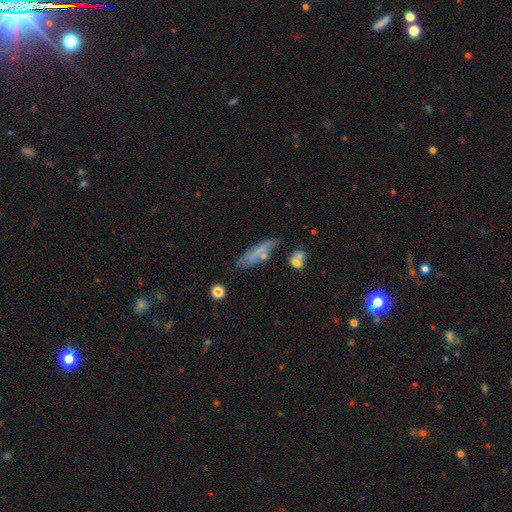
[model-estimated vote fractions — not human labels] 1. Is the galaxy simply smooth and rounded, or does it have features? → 58% smooth, 31% featured or disk, 11% star or artifact.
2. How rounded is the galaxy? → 77% cigar-shaped, 20% in between, 3% round.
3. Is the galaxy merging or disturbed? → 71% none, 17% minor disturbance, 6% merger, 5% major disturbance.